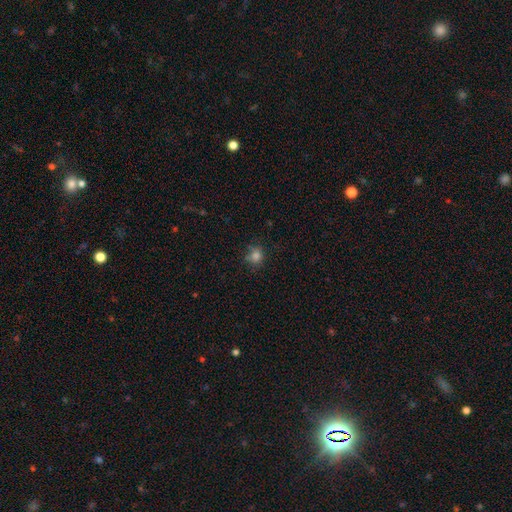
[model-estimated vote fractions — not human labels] A smooth galaxy with no disk features (79%) that is round (75%).

Vote fractions:
- Smooth or featured? smooth: 79% / star or artifact: 14% / featured or disk: 7%
- How rounded? round: 75% / in between: 24% / cigar-shaped: 1%
- Merging? none: 68% / minor disturbance: 21% / major disturbance: 7% / merger: 3%